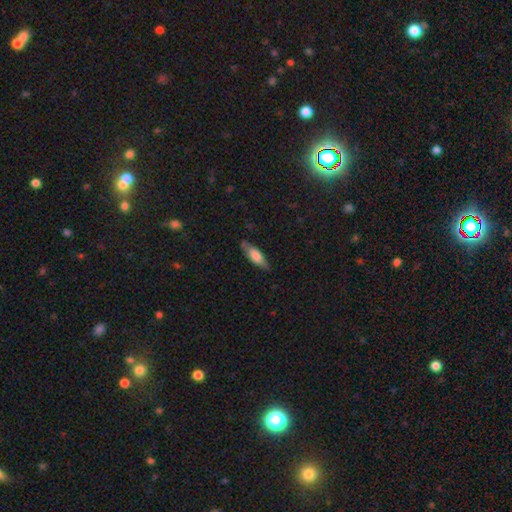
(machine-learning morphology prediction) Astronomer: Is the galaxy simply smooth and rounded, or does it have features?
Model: smooth — 68%.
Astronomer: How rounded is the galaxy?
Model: in between — 60% (runner-up: cigar-shaped, 38%).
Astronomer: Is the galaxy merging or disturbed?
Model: none — 75%.